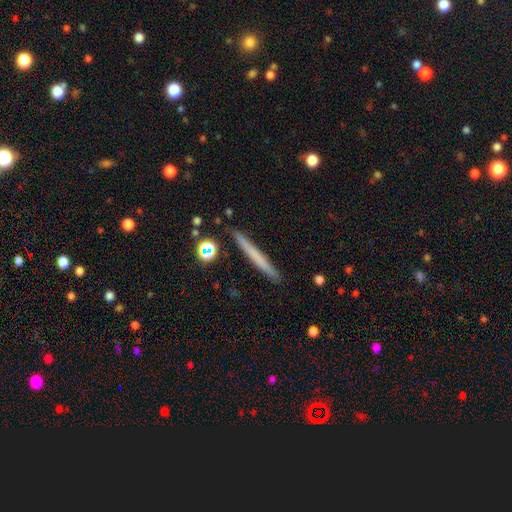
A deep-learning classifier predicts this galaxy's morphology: Smooth or featured: smooth — 58% (featured or disk — 34%)
How rounded: cigar-shaped — 96% (in between — 2%)
Merging: none — 91% (minor disturbance — 6%)